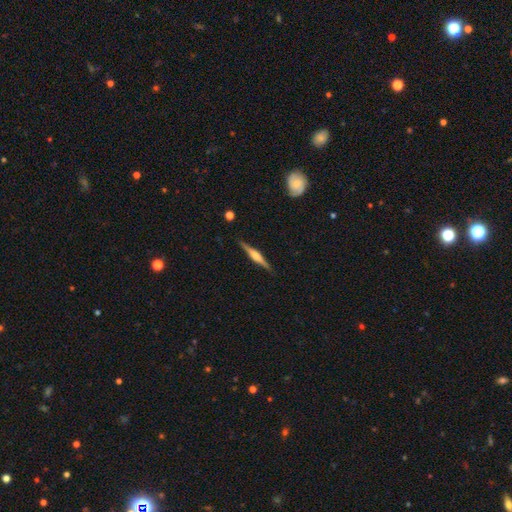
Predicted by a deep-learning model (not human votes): smooth_or_featured: featured or disk (p=0.74) [alt: smooth p=0.20]
disk_edge_on: yes (p=0.98) [alt: no p=0.02]
edge_on_bulge: rounded (p=0.75) [alt: boxy p=0.20]
merging: none (p=0.89) [alt: minor disturbance p=0.08]